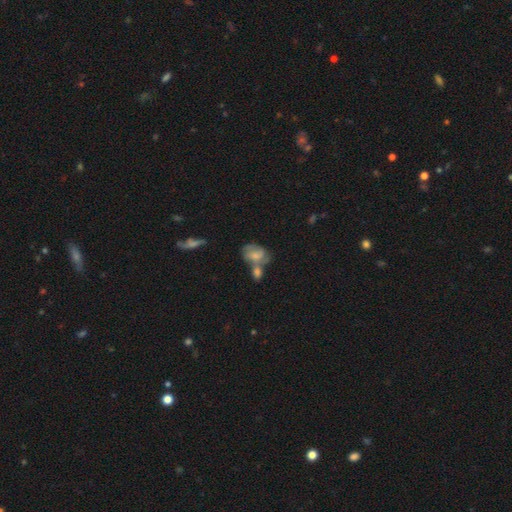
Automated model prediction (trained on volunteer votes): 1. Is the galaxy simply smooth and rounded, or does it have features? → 50% smooth, 41% featured or disk, 9% star or artifact.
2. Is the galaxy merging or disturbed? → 45% merger, 29% none, 16% minor disturbance, 10% major disturbance.